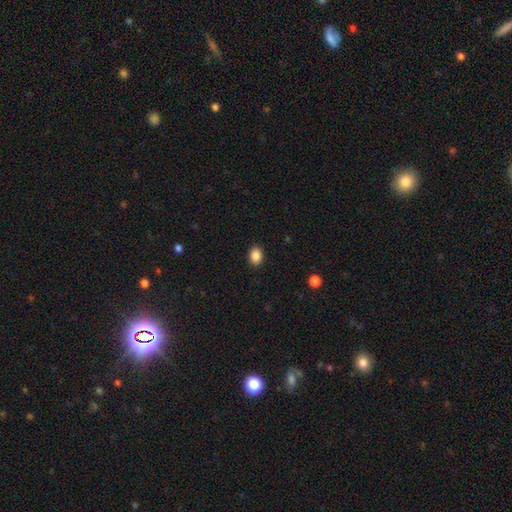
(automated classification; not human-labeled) Overall: smooth (88%). How rounded: in between (68%; round 31%). Merging: none (90%).